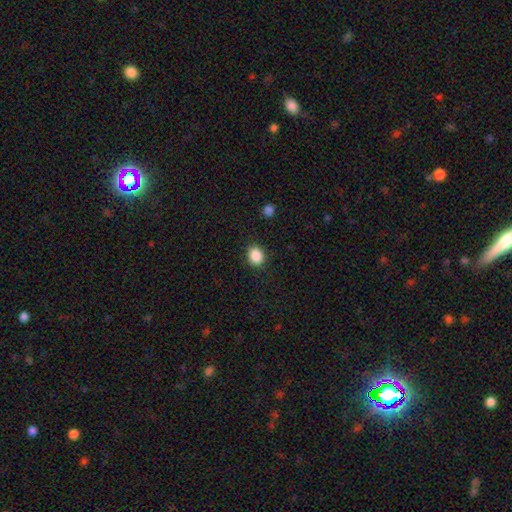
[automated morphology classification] Smooth or featured: smooth — 88% (star or artifact — 9%)
How rounded: round — 53% (in between — 46%)
Merging: none — 87% (minor disturbance — 9%)